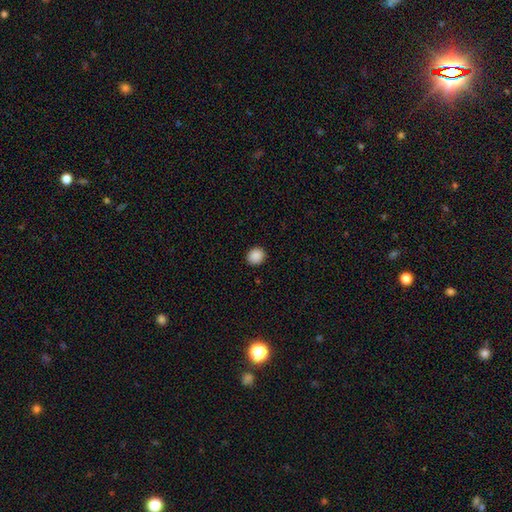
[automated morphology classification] Smooth or featured? Predicted: smooth (p=0.89). How rounded? Predicted: round (p=0.81). Merging? Predicted: none (p=0.91).